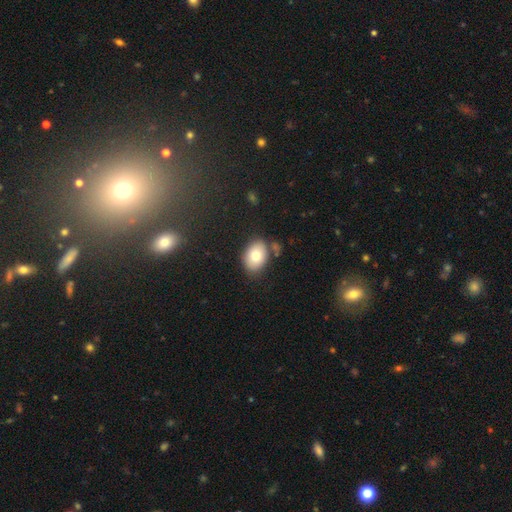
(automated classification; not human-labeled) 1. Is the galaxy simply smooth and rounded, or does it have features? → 78% smooth, 14% featured or disk, 8% star or artifact.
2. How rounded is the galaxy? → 78% in between, 21% round, 1% cigar-shaped.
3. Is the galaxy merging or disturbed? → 77% none, 13% minor disturbance, 6% merger, 3% major disturbance.